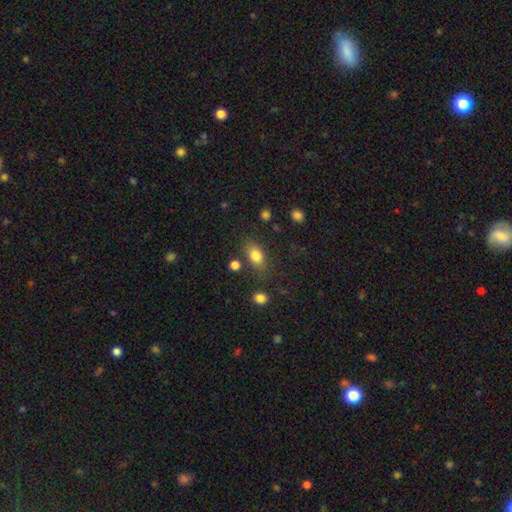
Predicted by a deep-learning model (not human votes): This appears to be a smooth galaxy with no disk features (82%) that is in between round and cigar-shaped (82%). Merging: none (74%).